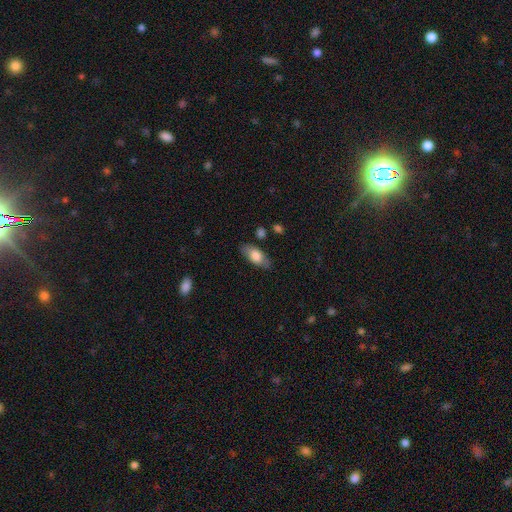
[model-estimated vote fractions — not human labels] A smooth galaxy with no disk features (73%) that is in between round and cigar-shaped (87%). Merging: none (81%).